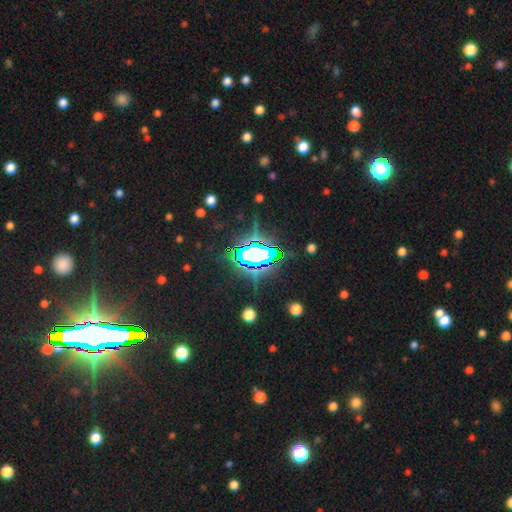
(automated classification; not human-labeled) A star or artifact, not a galaxy (69%).

Vote fractions:
- Smooth or featured? star or artifact: 69% / smooth: 18% / featured or disk: 13%